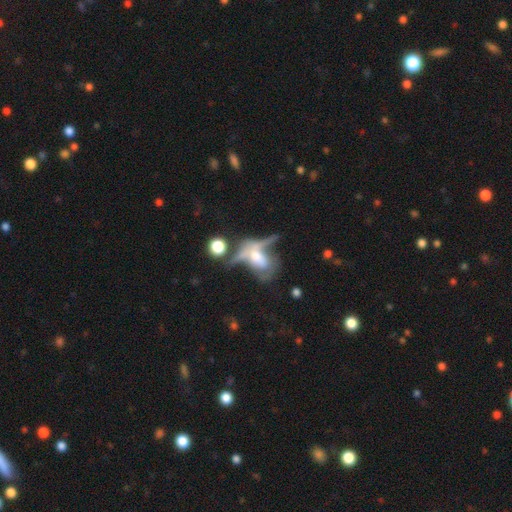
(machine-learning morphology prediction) This appears to be a featured or disk galaxy (52%). Merging: merger (35%).